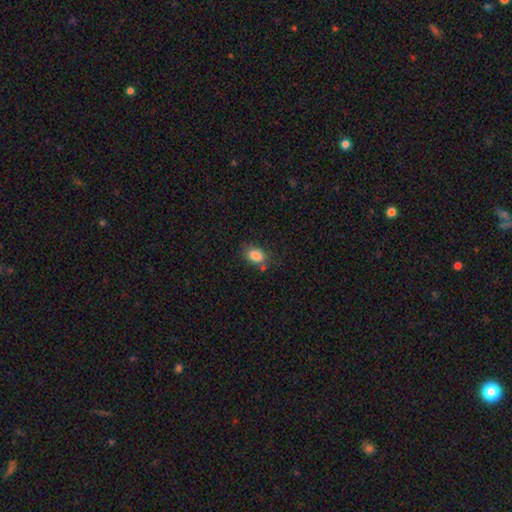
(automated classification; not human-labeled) This appears to be a smooth galaxy with no disk features (84%) that is in between round and cigar-shaped (78%). Merging: none (72%).